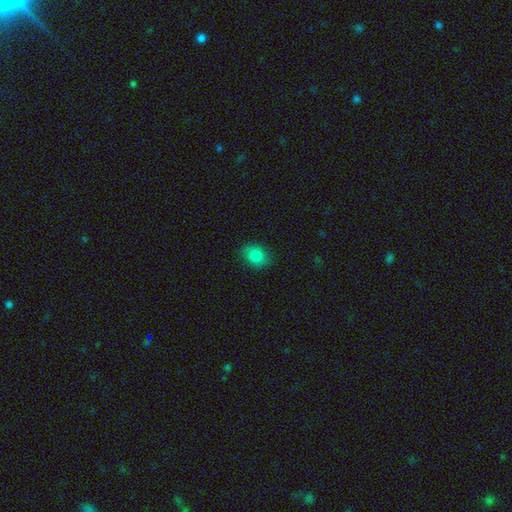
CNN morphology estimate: Overall: smooth (84%). How rounded: in between (59%; round 40%). Merging: none (85%).